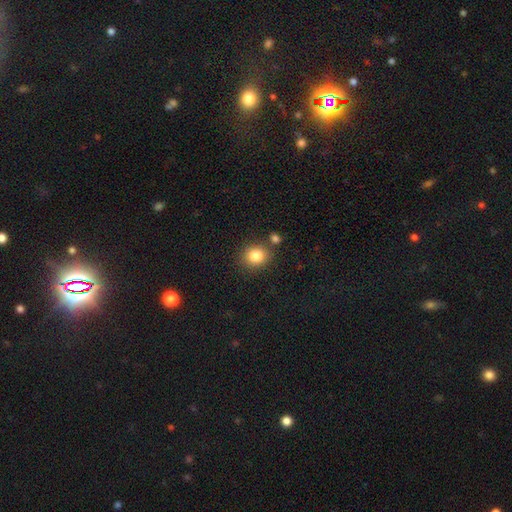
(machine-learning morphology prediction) type=smooth (83%); roundness=round (75%); merging=none (78%).